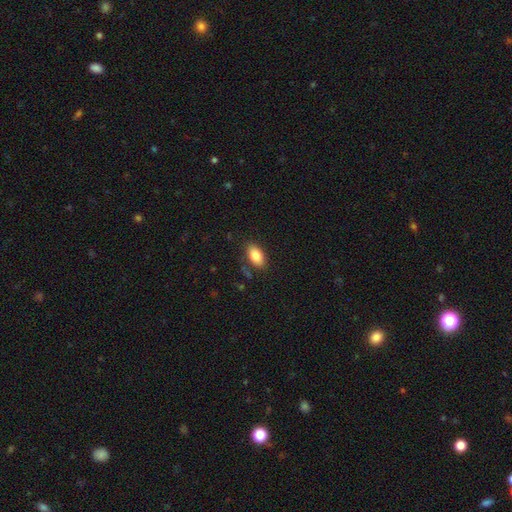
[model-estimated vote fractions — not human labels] A smooth galaxy with no disk features (84%) that is in between round and cigar-shaped (92%). Merging: none (84%).